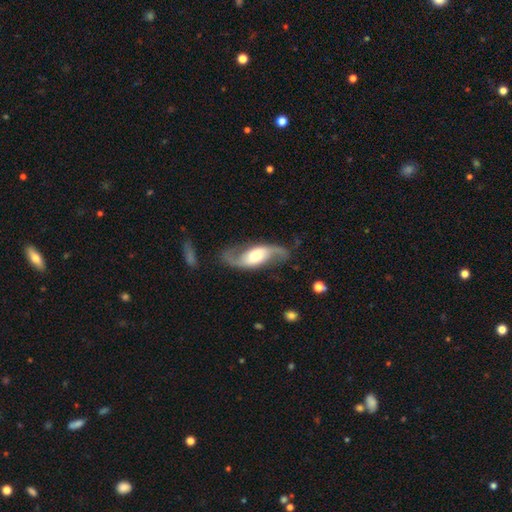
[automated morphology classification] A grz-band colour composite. It shows a featured or disk galaxy (85%) with a weak bar (39%), 2 (93%) loose (67%) spiral arms (95%) and a moderate central bulge (53%). Merging: none (75%).